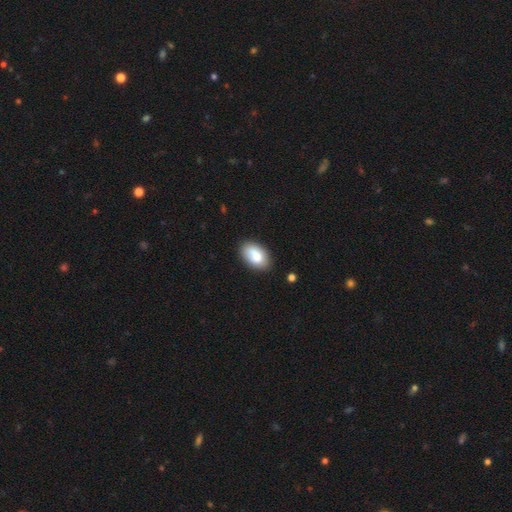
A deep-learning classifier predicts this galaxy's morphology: Smooth or featured? Predicted: smooth (p=0.81). How rounded? Predicted: in between (p=0.93). Merging? Predicted: none (p=0.79).